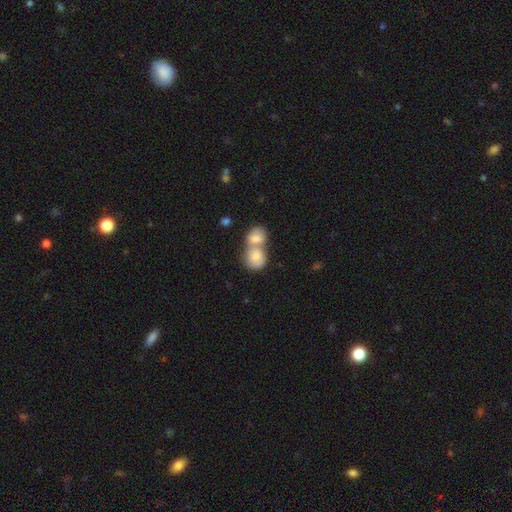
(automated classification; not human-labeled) Overall: smooth (76%). How rounded: round (62%; in between 37%). Merging: merger (72%).